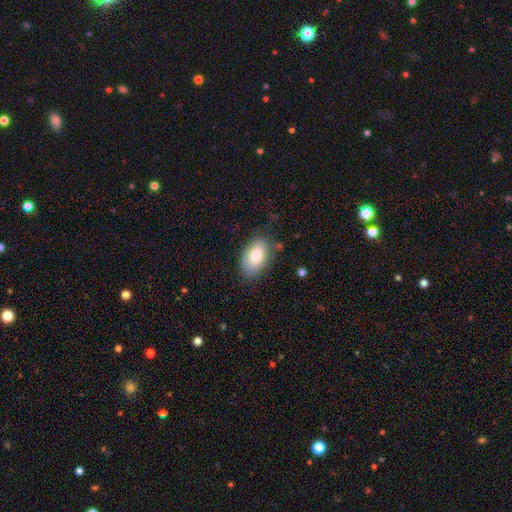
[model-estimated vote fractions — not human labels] Smooth or featured? smooth (81%)
How rounded? in between (92%)
Merging? none (77%)